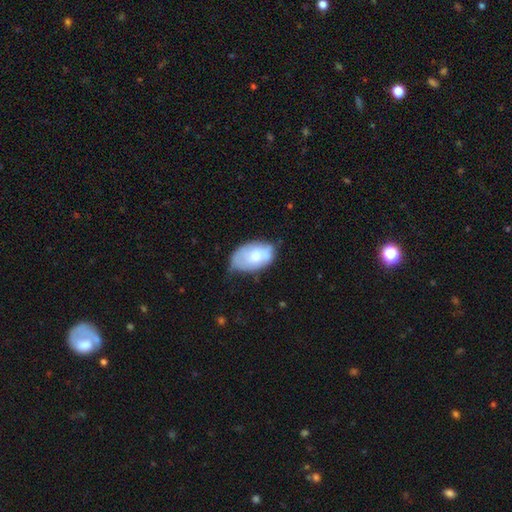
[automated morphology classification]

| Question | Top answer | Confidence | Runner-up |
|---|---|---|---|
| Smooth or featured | smooth | 64% | featured or disk (29%) |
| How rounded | in between | 93% | round (6%) |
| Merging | none | 42% | tied: minor disturbance (42%) |